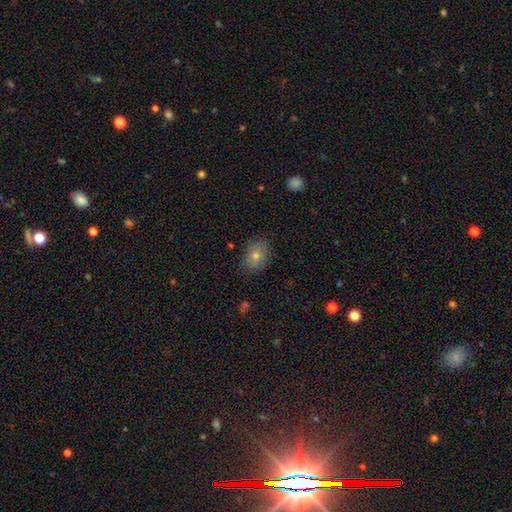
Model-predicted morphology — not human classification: type=smooth (72%); roundness=in between (65%); merging=none (84%).